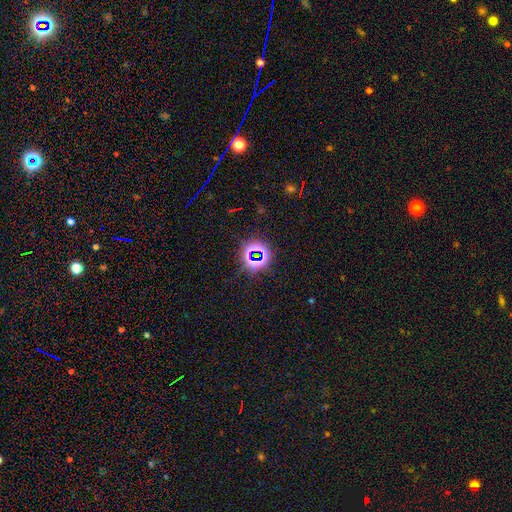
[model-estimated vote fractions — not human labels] Overall: star or artifact (73%).